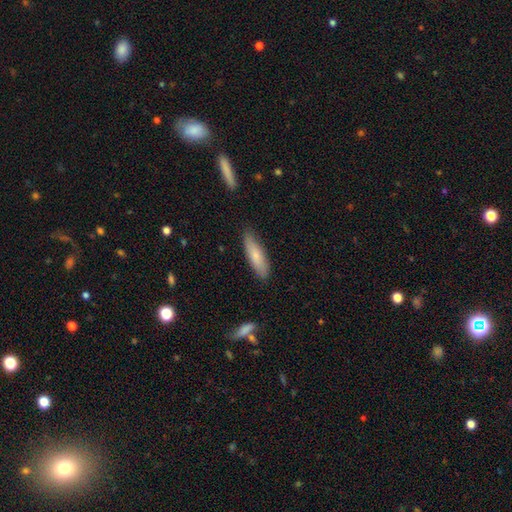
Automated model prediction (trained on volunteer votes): smooth 74%, featured or disk 20%, star or artifact 6%. Down the decision tree: how rounded — cigar-shaped (60%); merging — none (82%).